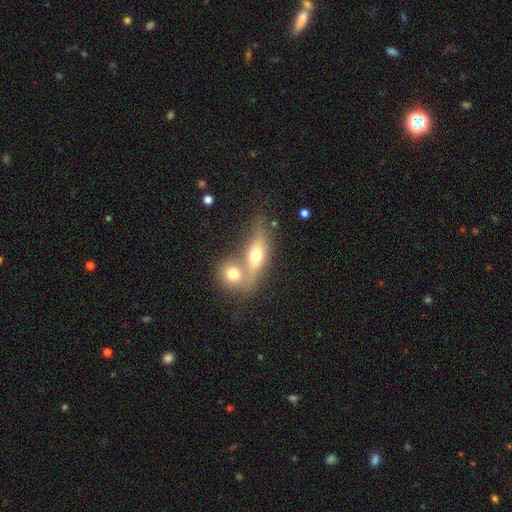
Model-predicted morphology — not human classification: Smooth or featured? smooth (57%)
How rounded? in between (58%)
Merging? merger (60%)